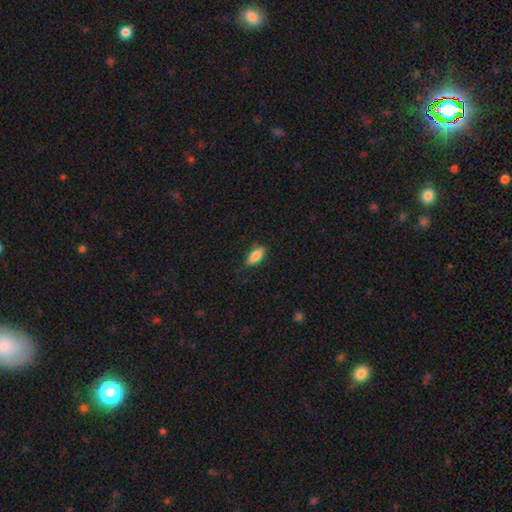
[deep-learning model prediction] Morphology: type=smooth (83%); roundness=in between (82%); merging=none (80%).